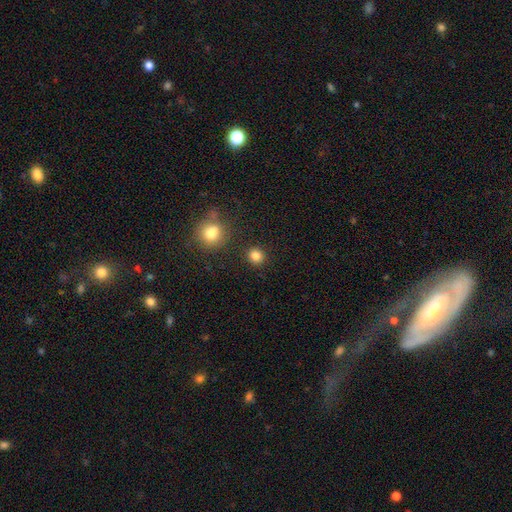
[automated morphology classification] Q: Smooth or featured?
A: smooth (84%); runner-up: star or artifact (12%)
Q: How rounded?
A: round (88%); runner-up: in between (11%)
Q: Merging?
A: none (87%); runner-up: minor disturbance (6%)